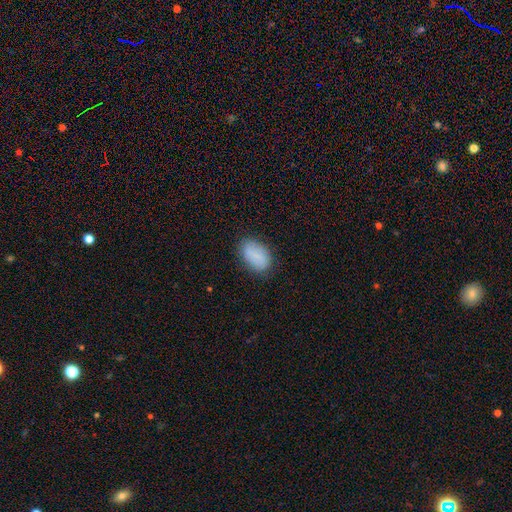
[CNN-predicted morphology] A smooth galaxy with no disk features (81%) that is in between round and cigar-shaped (90%).

Vote fractions:
- Smooth or featured? smooth: 81% / featured or disk: 11% / star or artifact: 7%
- How rounded? in between: 90% / round: 8% / cigar-shaped: 2%
- Merging? none: 82% / minor disturbance: 14% / major disturbance: 3% / merger: 1%